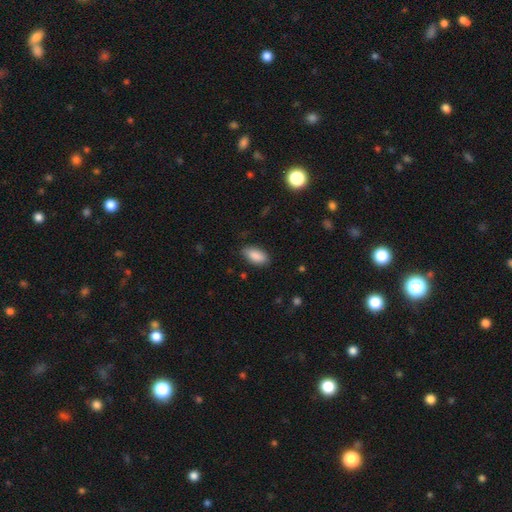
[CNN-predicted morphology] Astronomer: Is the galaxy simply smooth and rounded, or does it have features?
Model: smooth — 89%.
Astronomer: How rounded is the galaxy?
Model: in between — 92%.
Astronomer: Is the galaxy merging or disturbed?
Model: none — 84%.